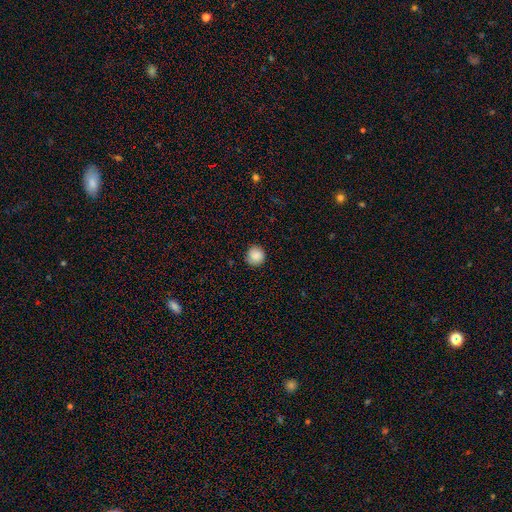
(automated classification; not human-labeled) The model was most divided on "smooth or featured": smooth: 88%, star or artifact: 9%, featured or disk: 3%. More confident: how rounded — round (94%); merging — none (88%).